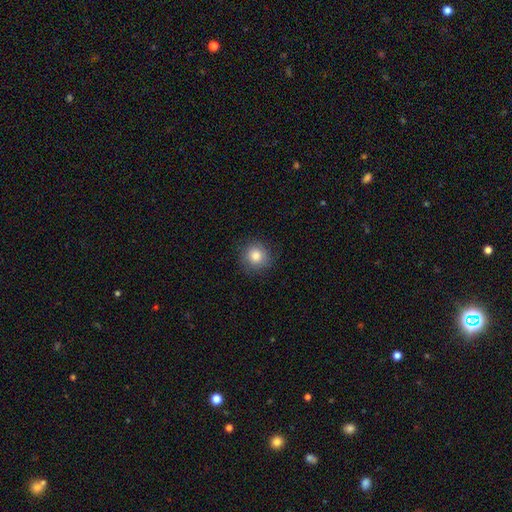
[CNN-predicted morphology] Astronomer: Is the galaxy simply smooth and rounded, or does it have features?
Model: smooth — 82%.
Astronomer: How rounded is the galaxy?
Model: round — 92%.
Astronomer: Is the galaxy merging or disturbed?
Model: none — 85%.